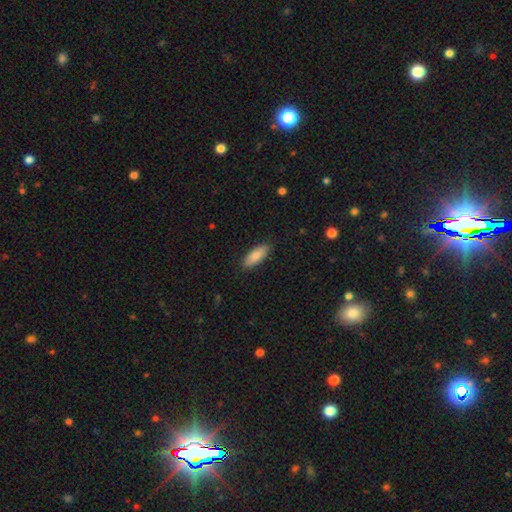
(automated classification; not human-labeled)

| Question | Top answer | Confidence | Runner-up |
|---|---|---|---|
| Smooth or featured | smooth | 81% | featured or disk (13%) |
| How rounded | in between | 75% | cigar-shaped (23%) |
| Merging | none | 88% | minor disturbance (9%) |